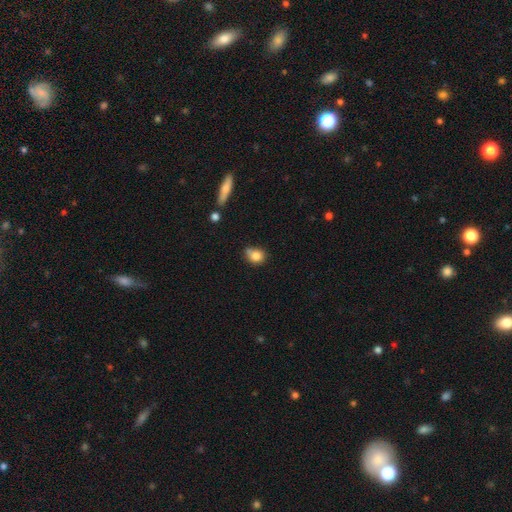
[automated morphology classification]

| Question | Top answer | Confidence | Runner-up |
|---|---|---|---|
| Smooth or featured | smooth | 81% | star or artifact (10%) |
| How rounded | round | 62% | in between (36%) |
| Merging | none | 50% | minor disturbance (30%) |